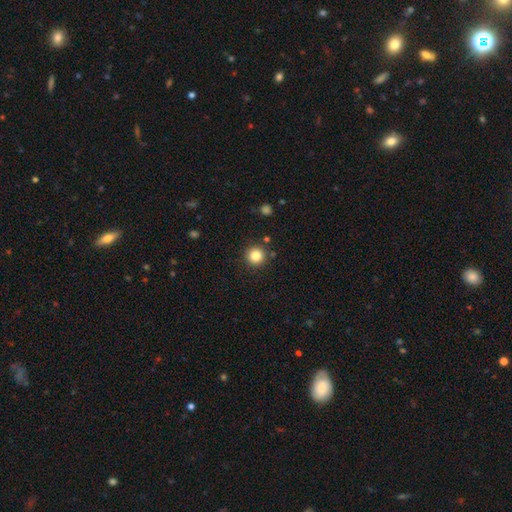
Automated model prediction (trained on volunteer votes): A smooth galaxy with no disk features (83%) that is round (95%). Merging: none (89%).